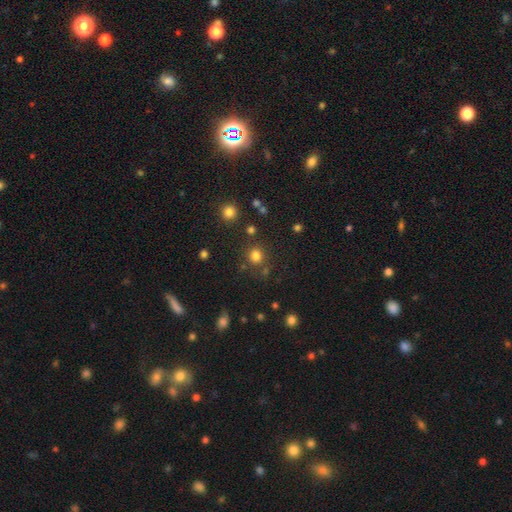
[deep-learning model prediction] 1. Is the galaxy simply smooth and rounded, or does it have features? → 78% smooth, 16% star or artifact, 5% featured or disk.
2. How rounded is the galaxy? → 89% round, 10% in between, 1% cigar-shaped.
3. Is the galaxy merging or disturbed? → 82% none, 8% minor disturbance, 6% merger, 4% major disturbance.